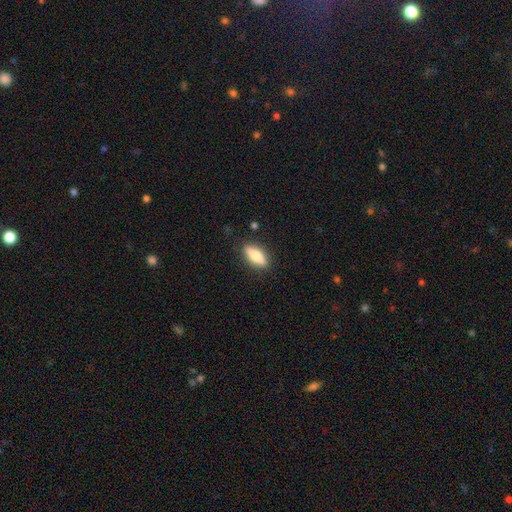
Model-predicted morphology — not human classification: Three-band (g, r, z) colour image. It shows a smooth galaxy with no disk features (56%) that is in between round and cigar-shaped (55%). Merging: none (87%).